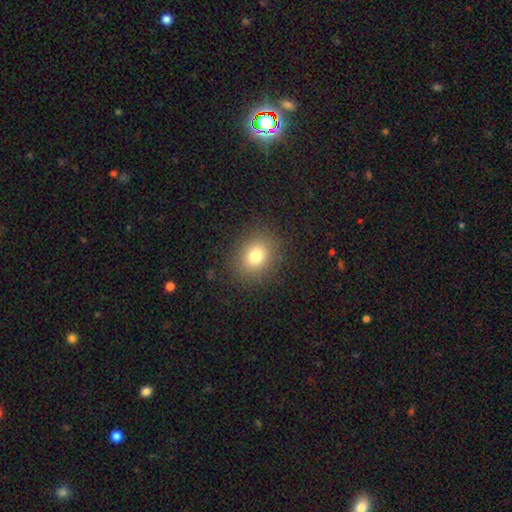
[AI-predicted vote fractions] smooth_or_featured: smooth (p=0.79) [alt: star or artifact p=0.12]
how_rounded: round (p=0.61) [alt: in between p=0.38]
merging: none (p=0.87) [alt: minor disturbance p=0.08]